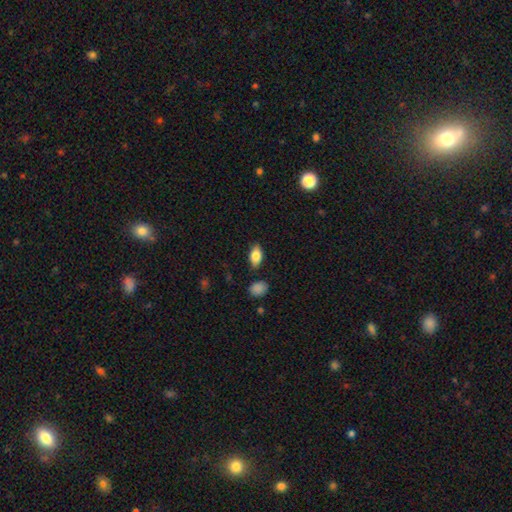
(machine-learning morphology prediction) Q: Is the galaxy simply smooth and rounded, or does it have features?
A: smooth — 81%.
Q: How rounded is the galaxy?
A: in between — 89%.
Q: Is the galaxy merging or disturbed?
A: none — 83%.